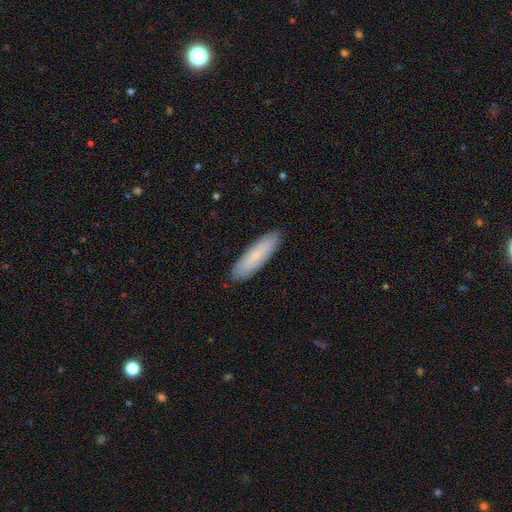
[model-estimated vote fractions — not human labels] This appears to be a smooth galaxy with no disk features (72%) that is cigar-shaped (64%). Merging: none (89%).